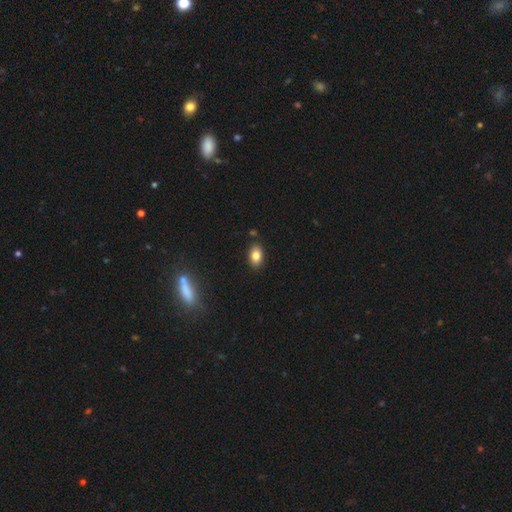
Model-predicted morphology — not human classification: The model was most divided on "smooth or featured": smooth: 82%, star or artifact: 9%, featured or disk: 9%. More confident: how rounded — in between (86%); merging — none (86%).